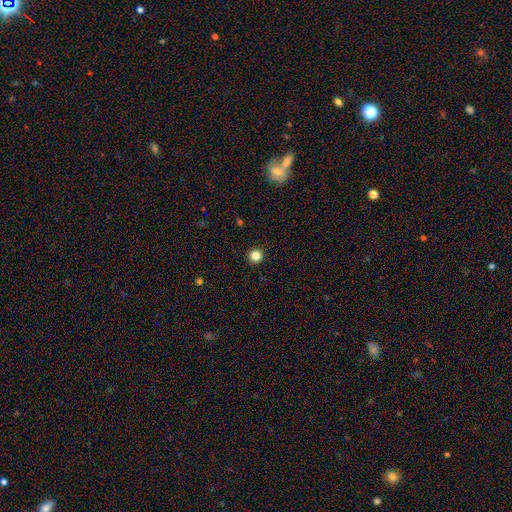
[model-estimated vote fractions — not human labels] A smooth galaxy with no disk features (84%) that is round (96%).

Vote fractions:
- Smooth or featured? smooth: 84% / star or artifact: 12% / featured or disk: 4%
- How rounded? round: 96% / in between: 3% / cigar-shaped: 1%
- Merging? none: 94% / minor disturbance: 4% / major disturbance: 1% / merger: 1%